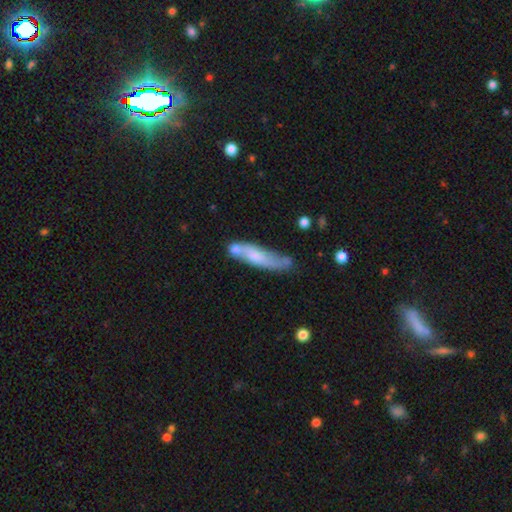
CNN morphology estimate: Q: Smooth or featured?
A: smooth (55%); runner-up: featured or disk (39%)
Q: How rounded?
A: cigar-shaped (79%); runner-up: in between (19%)
Q: Merging?
A: none (49%); runner-up: minor disturbance (24%)